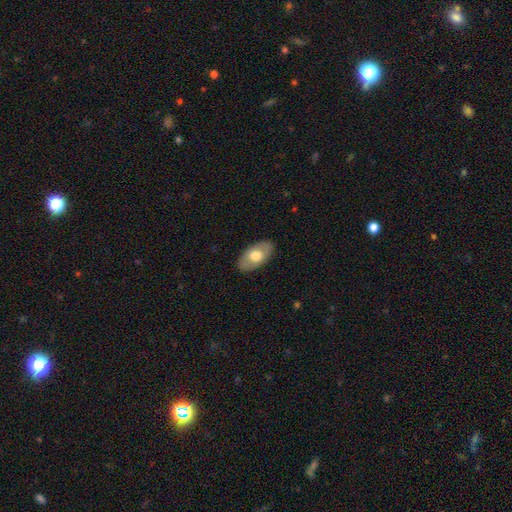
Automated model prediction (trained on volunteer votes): Smooth or featured? Predicted: smooth (p=0.60). How rounded? Predicted: in between (p=0.93). Merging? Predicted: none (p=0.86).